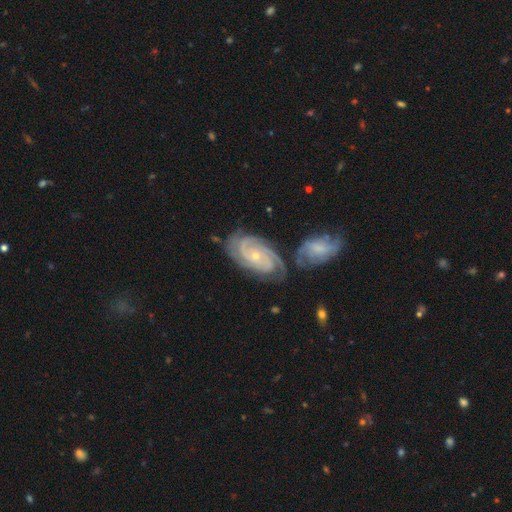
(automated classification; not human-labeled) Smooth or featured? featured or disk (88%)
Edge-on disk? no (96%)
Bar? no (72%)
Spiral arms? yes (98%)
Spiral winding? tight (72%)
Spiral arm count? 2 (33%)
Bulge size? small (71%)
Merging? none (64%)